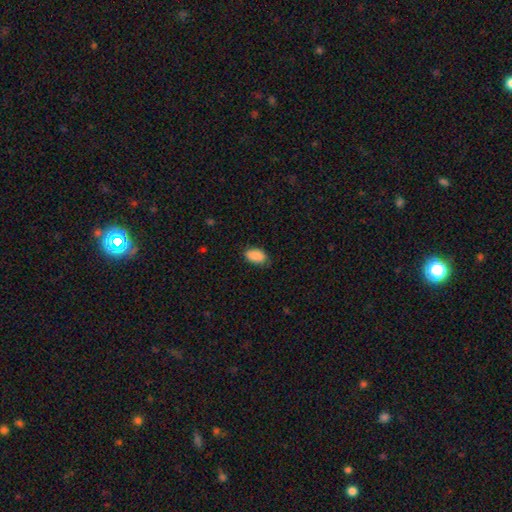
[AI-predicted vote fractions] Smooth or featured?
  - smooth: 89% *
  - star or artifact: 7%
  - featured or disk: 4%
How rounded?
  - in between: 93% *
  - round: 5%
  - cigar-shaped: 2%
Merging?
  - none: 77% *
  - minor disturbance: 19%
  - major disturbance: 3%
  - merger: 1%